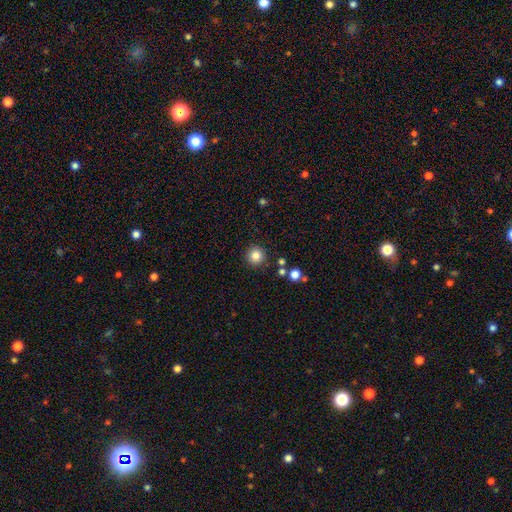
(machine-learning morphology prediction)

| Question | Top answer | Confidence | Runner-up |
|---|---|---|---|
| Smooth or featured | smooth | 84% | star or artifact (11%) |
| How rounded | round | 95% | in between (4%) |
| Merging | none | 89% | minor disturbance (6%) |